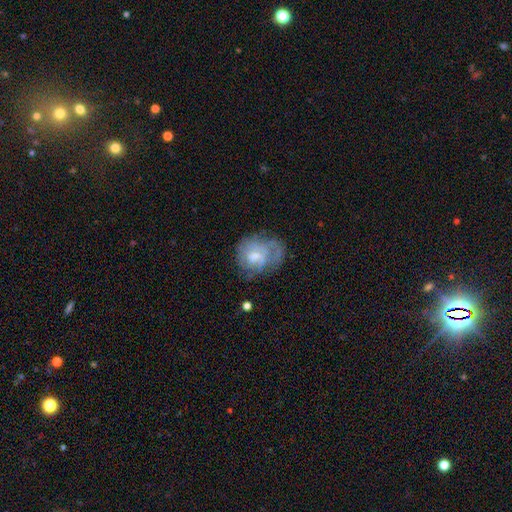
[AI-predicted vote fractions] This appears to be a featured or disk galaxy (52%) with no bar (61%), spiral arms (55%) and a moderate central bulge (41%). Merging: none (42%).